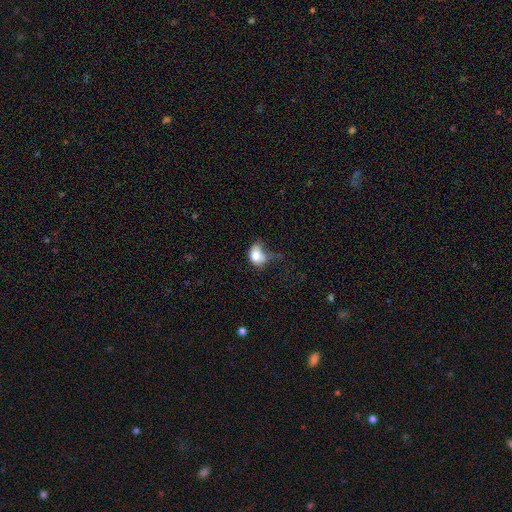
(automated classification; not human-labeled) smooth 74%, featured or disk 16%, star or artifact 9%. Down the decision tree: how rounded — in between (65%); merging — major disturbance (38%).